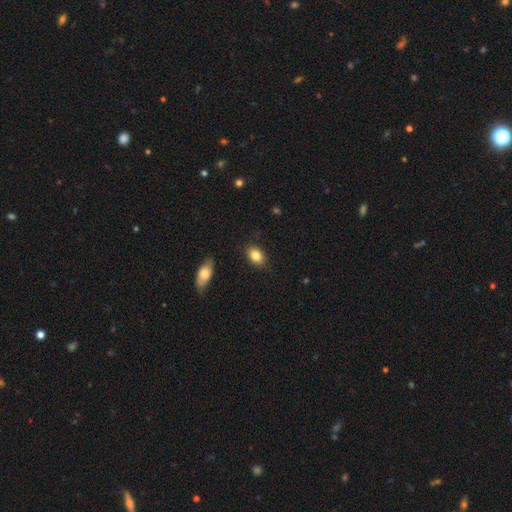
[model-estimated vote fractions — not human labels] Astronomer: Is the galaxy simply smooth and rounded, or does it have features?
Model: smooth — 84%.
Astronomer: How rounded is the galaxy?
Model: in between — 79%.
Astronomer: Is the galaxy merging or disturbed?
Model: none — 85%.